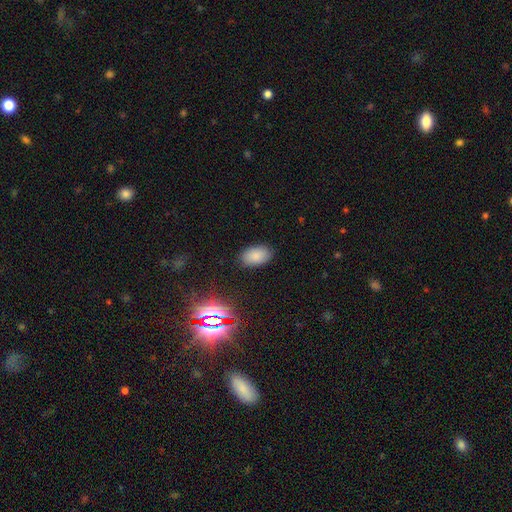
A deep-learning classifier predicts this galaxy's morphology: A smooth galaxy with no disk features (82%) that is in between round and cigar-shaped (91%).

Vote fractions:
- Smooth or featured? smooth: 82% / star or artifact: 13% / featured or disk: 5%
- How rounded? in between: 91% / round: 7% / cigar-shaped: 1%
- Merging? none: 87% / minor disturbance: 10% / major disturbance: 3% / merger: 1%